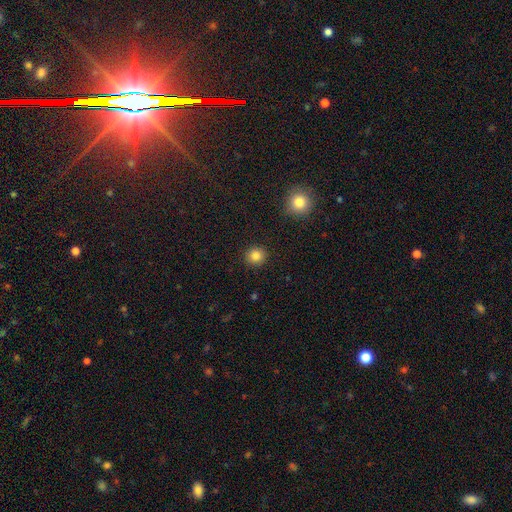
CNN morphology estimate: A smooth galaxy with no disk features (84%) that is round (91%).

Vote fractions:
- Smooth or featured? smooth: 84% / star or artifact: 11% / featured or disk: 5%
- How rounded? round: 91% / in between: 8% / cigar-shaped: 1%
- Merging? none: 92% / minor disturbance: 5% / major disturbance: 2% / merger: 1%